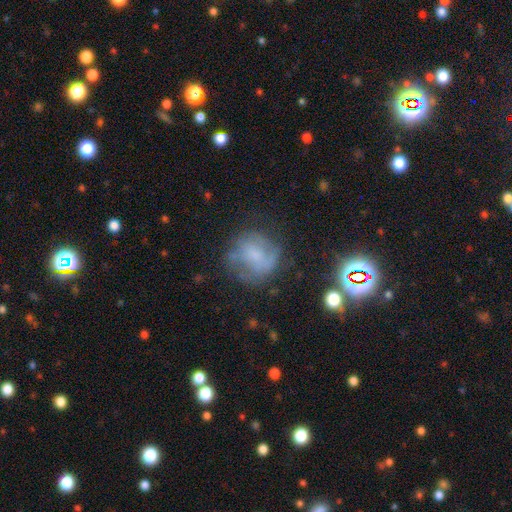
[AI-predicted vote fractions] This appears to be a featured or disk galaxy (45%). Merging: none (57%).